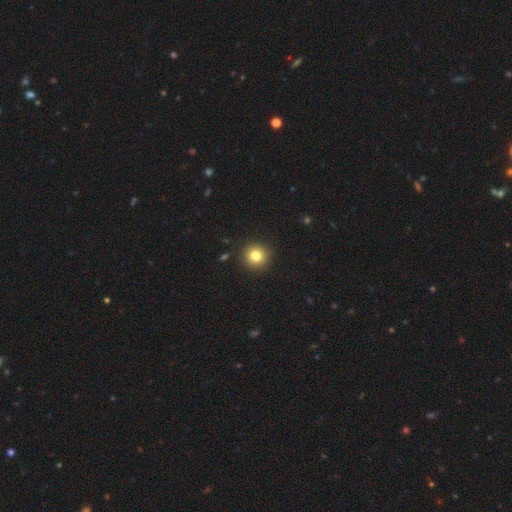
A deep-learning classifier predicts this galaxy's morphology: Q: Smooth or featured?
A: smooth (81%); runner-up: star or artifact (12%)
Q: How rounded?
A: round (95%); runner-up: in between (4%)
Q: Merging?
A: none (92%); runner-up: minor disturbance (5%)